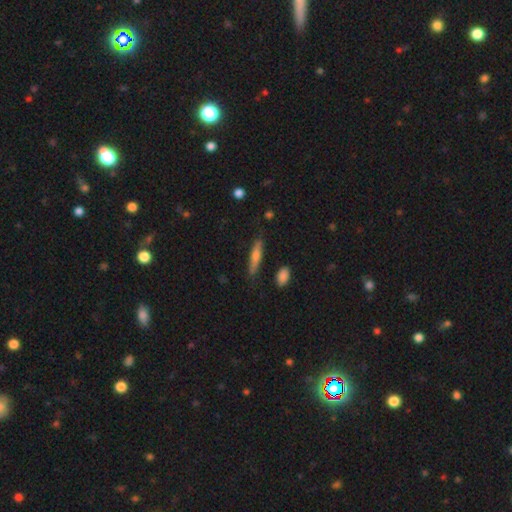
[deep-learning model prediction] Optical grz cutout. It shows a smooth galaxy with no disk features (54%) that is cigar-shaped (86%). Merging: none (81%).